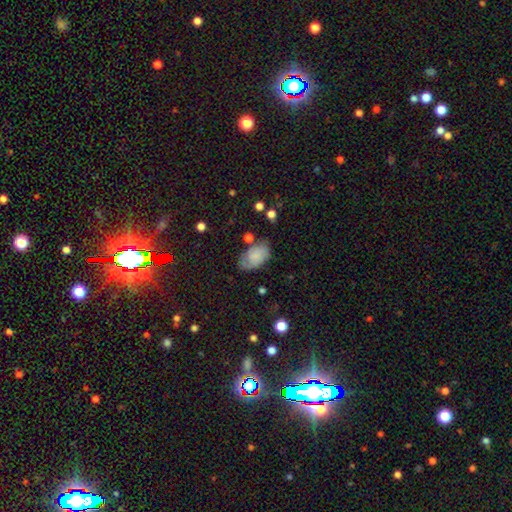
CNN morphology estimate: type=smooth (64%); roundness=in between (91%); merging=none (59%).